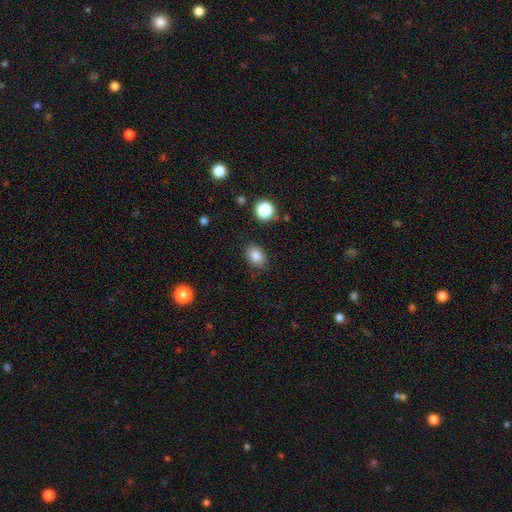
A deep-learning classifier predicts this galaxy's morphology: smooth_or_featured: smooth (p=0.84) [alt: star or artifact p=0.10]
how_rounded: in between (p=0.74) [alt: round p=0.25]
merging: none (p=0.84) [alt: minor disturbance p=0.11]